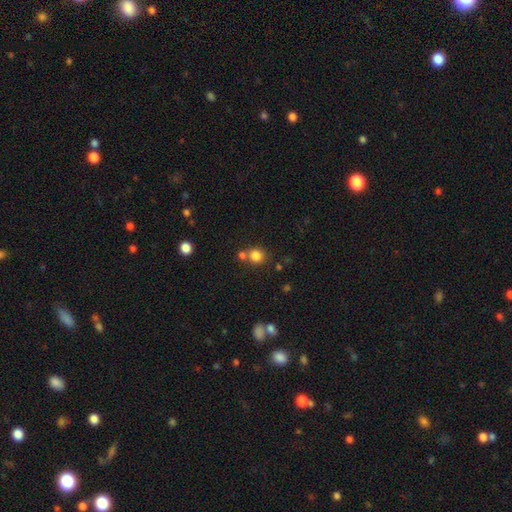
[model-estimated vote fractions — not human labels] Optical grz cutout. It shows a smooth galaxy with no disk features (82%) that is round (86%). Merging: none (63%).